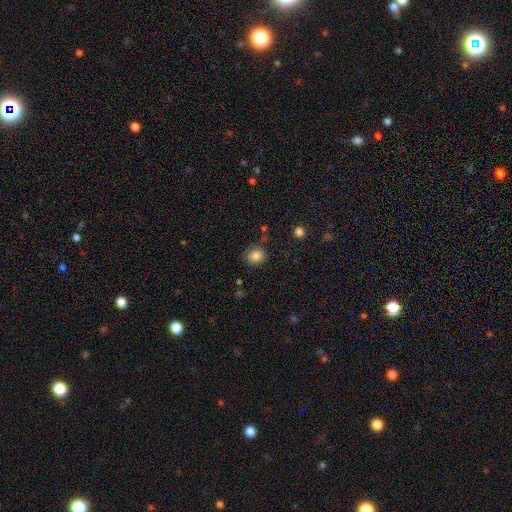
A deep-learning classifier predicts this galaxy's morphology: A smooth galaxy with no disk features (85%) that is round (85%). Merging: none (81%).